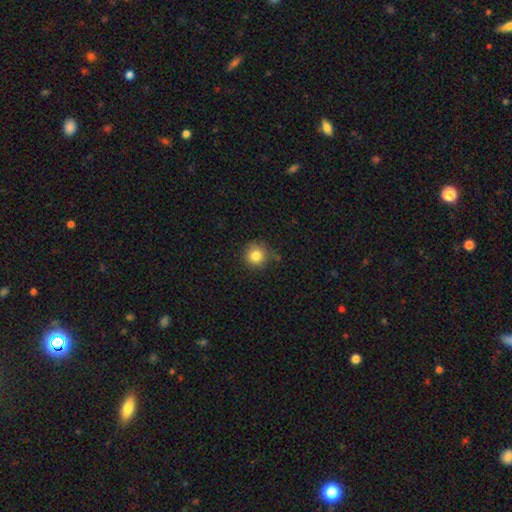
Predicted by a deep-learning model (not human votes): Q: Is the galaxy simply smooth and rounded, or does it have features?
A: smooth — 83%.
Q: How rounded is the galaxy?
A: round — 93%.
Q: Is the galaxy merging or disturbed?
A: none — 76%.